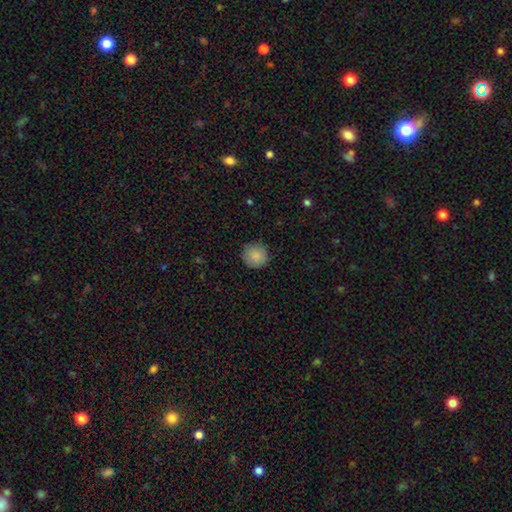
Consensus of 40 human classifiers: Smooth or featured?
  - smooth: 88% *
  - featured or disk: 10%
  - star or artifact: 2%
How rounded?
  - round: 100% *
  - in between: 0%
  - cigar-shaped: 0%
Merging?
  - none: 79% *
  - minor disturbance: 15%
  - major disturbance: 5%
  - merger: 0%